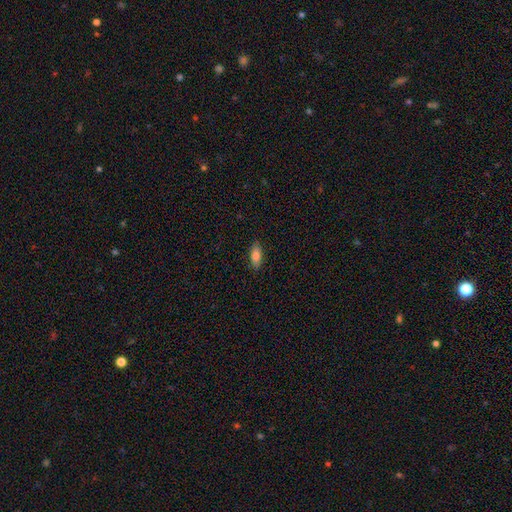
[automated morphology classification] type=smooth (83%); roundness=in between (77%); merging=none (87%).